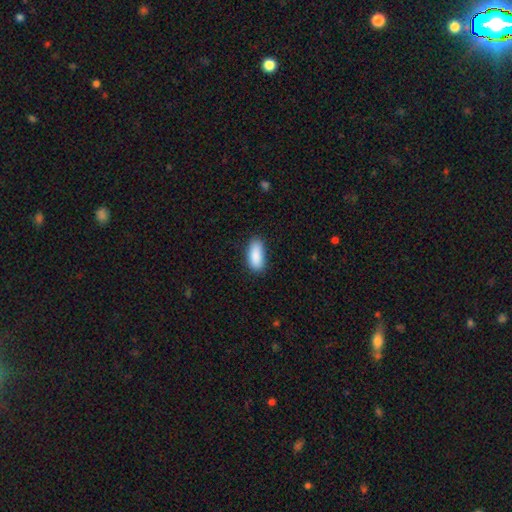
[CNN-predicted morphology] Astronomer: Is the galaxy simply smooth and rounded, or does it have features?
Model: smooth — 90%.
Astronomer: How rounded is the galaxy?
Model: in between — 86%.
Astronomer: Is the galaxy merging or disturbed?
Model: none — 81%.